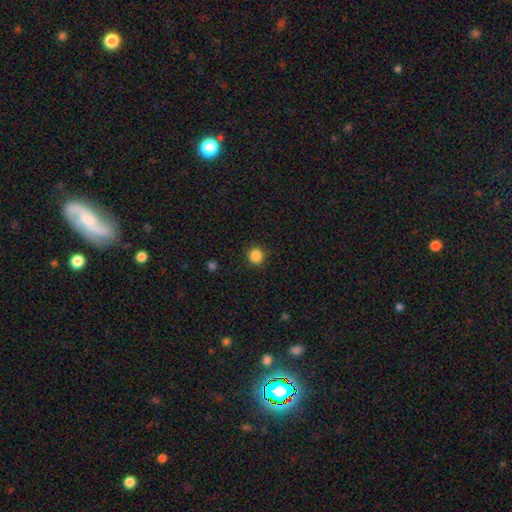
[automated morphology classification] The model was most divided on "smooth or featured": smooth: 86%, star or artifact: 11%, featured or disk: 3%. More confident: how rounded — round (92%); merging — none (91%).